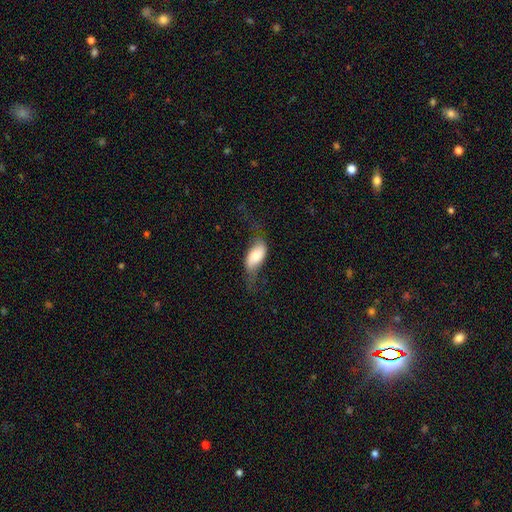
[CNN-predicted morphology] The model was most divided on "smooth or featured": smooth: 54%, featured or disk: 39%, star or artifact: 7%. Remaining: how rounded — in between (89%); merging — none (47%).